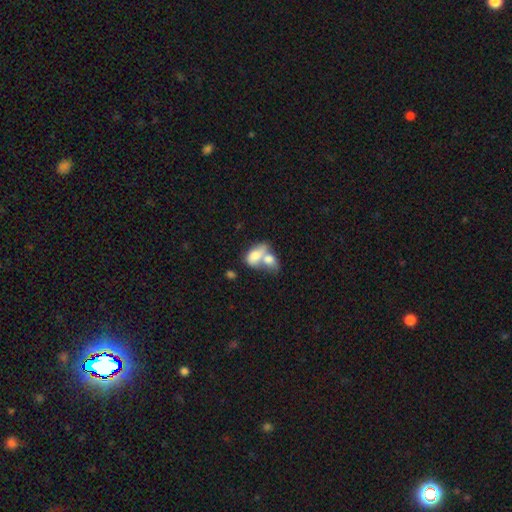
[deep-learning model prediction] Smooth or featured? Predicted: smooth (p=0.72). How rounded? Predicted: in between (p=0.86). Merging? Predicted: merger (p=0.76).